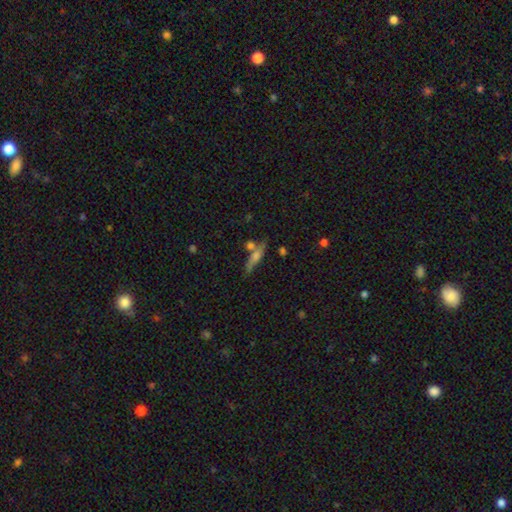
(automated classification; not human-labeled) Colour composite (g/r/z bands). It shows a smooth galaxy with no disk features (48%). Merging: none (60%).